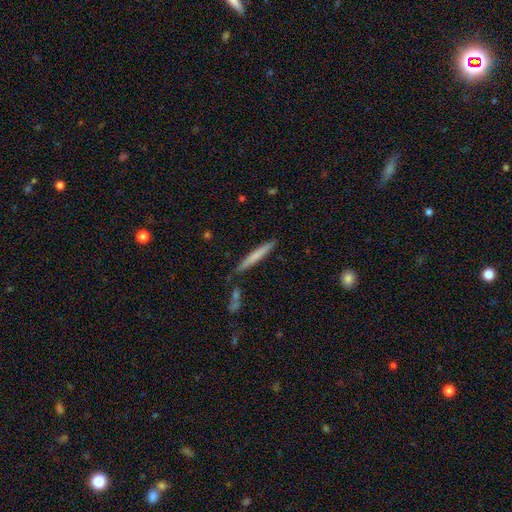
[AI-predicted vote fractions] Smooth or featured?
  - smooth: 65% *
  - featured or disk: 29%
  - star or artifact: 6%
How rounded?
  - cigar-shaped: 96% *
  - in between: 3%
  - round: 1%
Merging?
  - none: 83% *
  - minor disturbance: 11%
  - merger: 4%
  - major disturbance: 2%